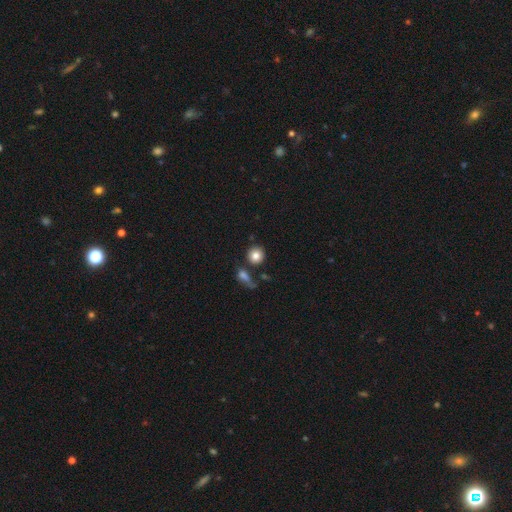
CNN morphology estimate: smooth-or-featured: smooth: 82% | star or artifact: 9% | featured or disk: 9%
  how-rounded: round: 88% | in between: 11% | cigar-shaped: 1%
  merging: none: 72% | merger: 13% | minor disturbance: 10% | major disturbance: 5%